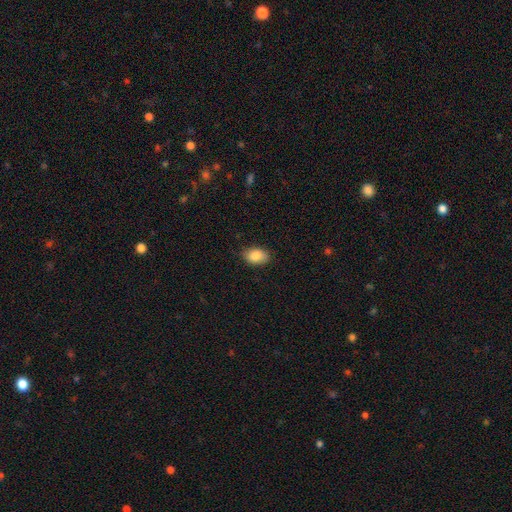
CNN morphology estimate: This is clearly a smooth galaxy (88%). How rounded: clearly in between (87%). Merging: clearly none (80%).